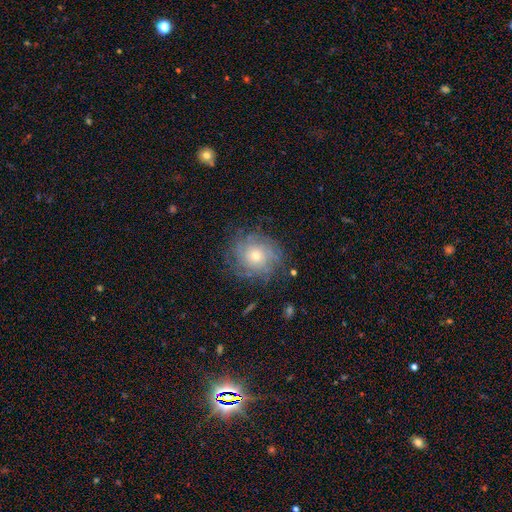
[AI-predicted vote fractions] Smooth or featured? Predicted: featured or disk (p=0.67). Edge-on disk? Predicted: no (p=0.97). Bar? Predicted: no (p=0.84). Spiral arms? Predicted: yes (p=0.88). Spiral winding? Predicted: tight (p=0.70). Spiral arm count? Predicted: can't tell (p=0.49). Bulge size? Predicted: moderate (p=0.51). Merging? Predicted: none (p=0.79).